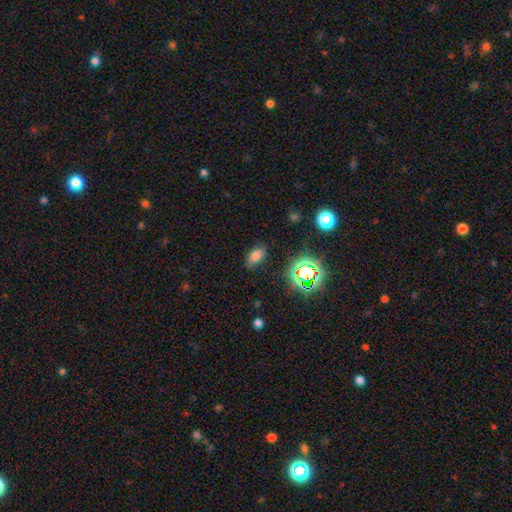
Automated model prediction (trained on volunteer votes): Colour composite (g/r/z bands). It shows a smooth galaxy with no disk features (70%) that is in between round and cigar-shaped (89%). Merging: none (78%).